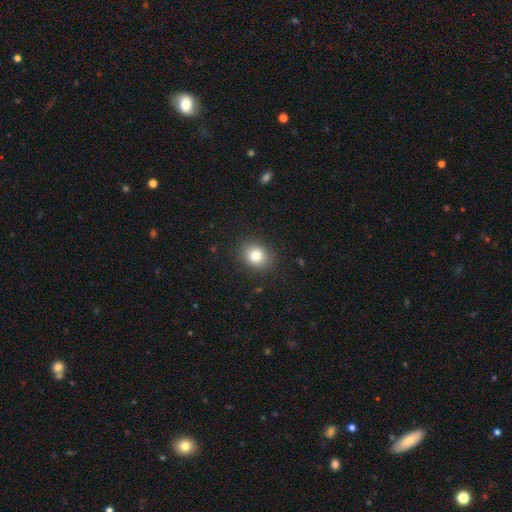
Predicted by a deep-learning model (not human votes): Smooth or featured: smooth — 82% (star or artifact — 11%)
How rounded: round — 59% (in between — 40%)
Merging: none — 88% (minor disturbance — 8%)